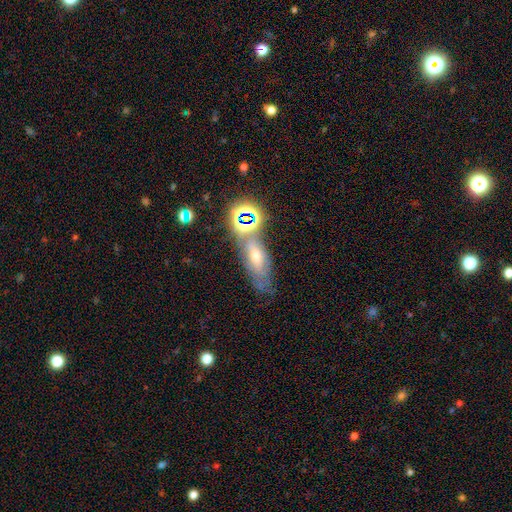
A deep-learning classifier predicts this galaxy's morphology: Overall: featured or disk (36%; smooth 33%). Merging: none (52%; minor disturbance 20%).